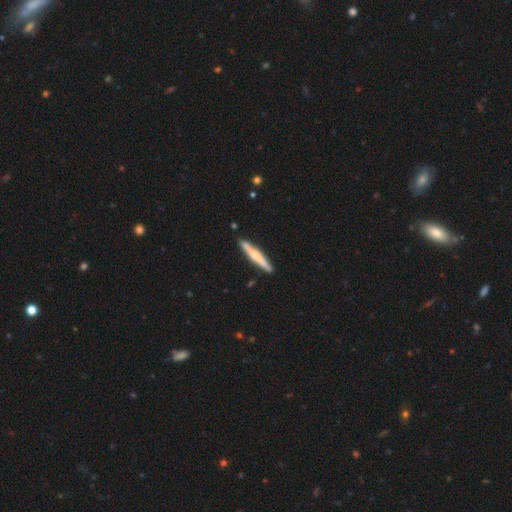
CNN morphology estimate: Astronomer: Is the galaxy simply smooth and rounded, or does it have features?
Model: featured or disk — 49% (runner-up: smooth, 46%).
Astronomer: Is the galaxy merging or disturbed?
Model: none — 88%.